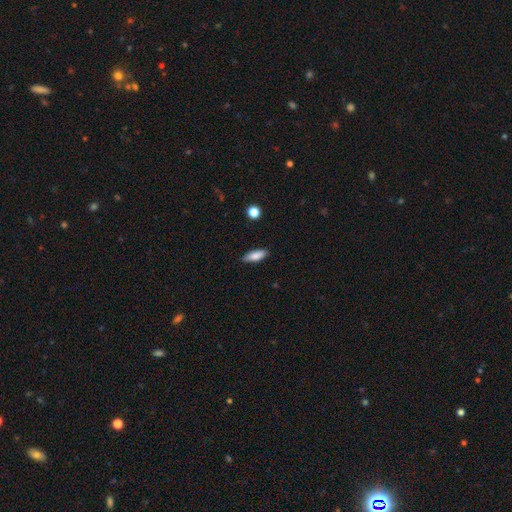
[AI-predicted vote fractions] Q: Smooth or featured?
A: smooth (84%); runner-up: featured or disk (9%)
Q: How rounded?
A: in between (64%); runner-up: cigar-shaped (34%)
Q: Merging?
A: none (86%); runner-up: minor disturbance (11%)